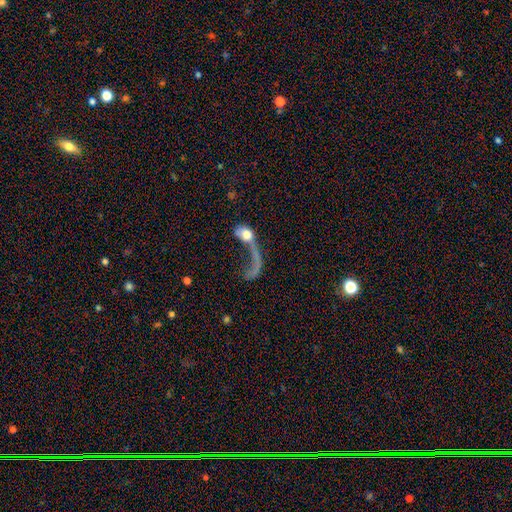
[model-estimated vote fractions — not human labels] smooth_or_featured: featured or disk (p=0.49) [alt: smooth p=0.29]
merging: major disturbance (p=0.32) [alt: merger p=0.31]